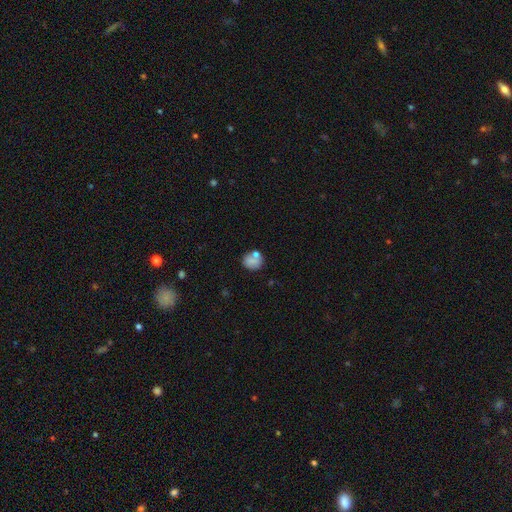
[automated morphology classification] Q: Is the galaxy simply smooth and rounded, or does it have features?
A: smooth — 75%.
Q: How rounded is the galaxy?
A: round — 76%.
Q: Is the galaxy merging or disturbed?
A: none — 60%.